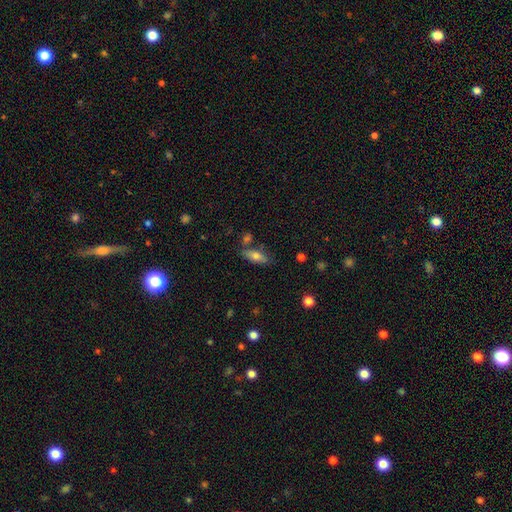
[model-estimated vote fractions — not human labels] A smooth galaxy with no disk features (73%) that is in between round and cigar-shaped (72%). Merging: none (70%).